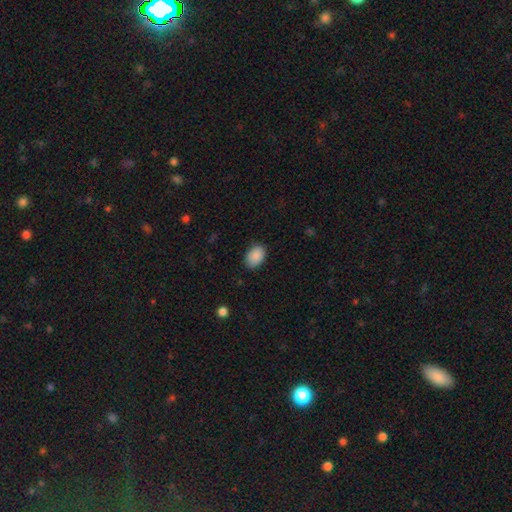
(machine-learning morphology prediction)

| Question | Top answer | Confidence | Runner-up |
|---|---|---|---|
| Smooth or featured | smooth | 89% | star or artifact (7%) |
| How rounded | in between | 84% | round (15%) |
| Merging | none | 83% | minor disturbance (13%) |